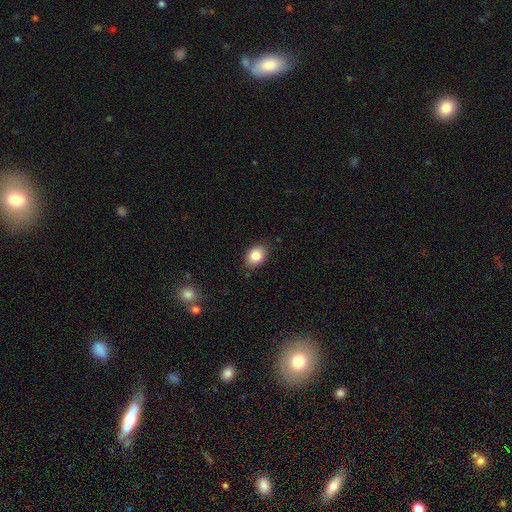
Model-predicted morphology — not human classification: type=smooth (84%); roundness=in between (71%); merging=none (84%).